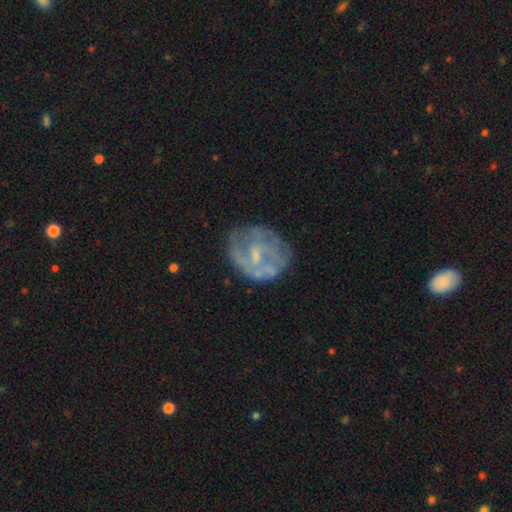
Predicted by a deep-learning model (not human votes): This appears to be a featured or disk galaxy (69%) with a weak bar (45%), spiral arms (52%) and a small central bulge (40%). Merging: none (61%).